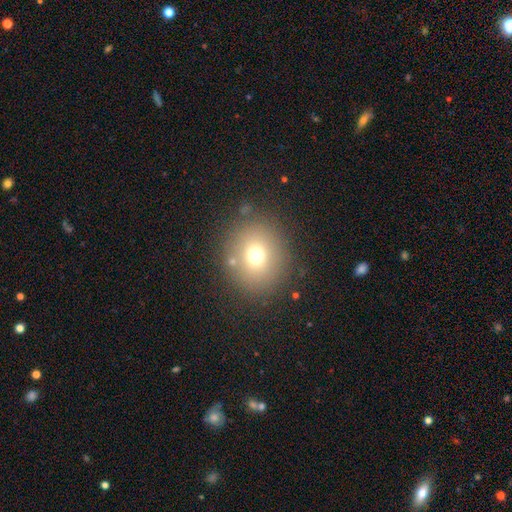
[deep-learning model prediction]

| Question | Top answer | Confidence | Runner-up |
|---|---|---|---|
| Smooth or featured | smooth | 69% | star or artifact (17%) |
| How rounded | round | 80% | in between (19%) |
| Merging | none | 83% | minor disturbance (9%) |